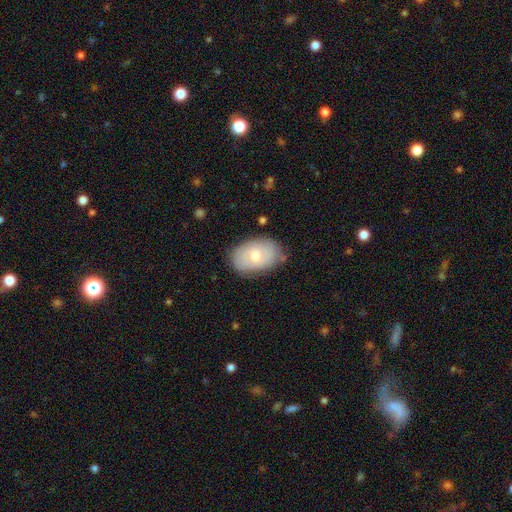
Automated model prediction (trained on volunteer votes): smooth-or-featured: smooth: 56% | featured or disk: 38% | star or artifact: 7%
  how-rounded: in between: 87% | round: 12% | cigar-shaped: 1%
  merging: none: 77% | minor disturbance: 18% | major disturbance: 4% | merger: 2%